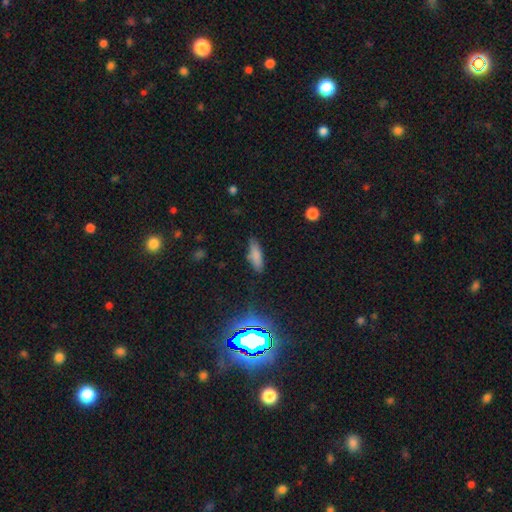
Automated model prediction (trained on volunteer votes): Smooth or featured: smooth — 80% (star or artifact — 11%)
How rounded: in between — 54% (cigar-shaped — 44%)
Merging: none — 79% (minor disturbance — 15%)